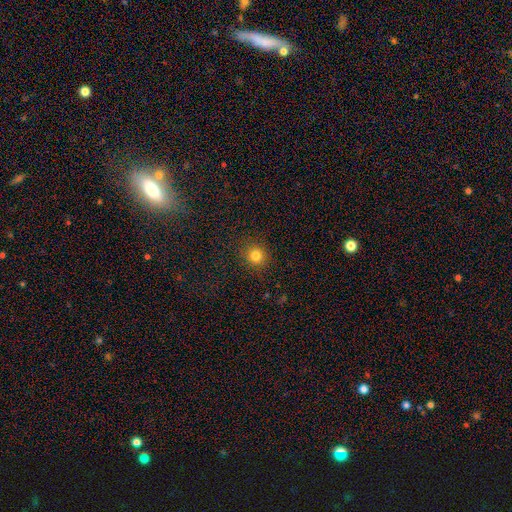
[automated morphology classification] A smooth galaxy with no disk features (81%) that is round (92%). Merging: none (91%).